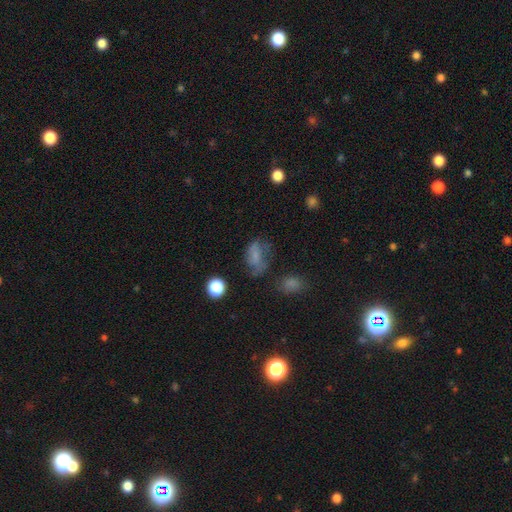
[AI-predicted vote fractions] Overall: smooth (60%; featured or disk 23%). How rounded: in between (79%). Merging: none (40%; major disturbance 27%).